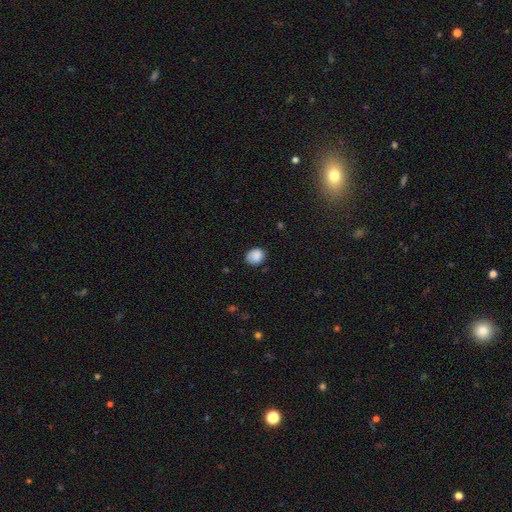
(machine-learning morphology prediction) A smooth galaxy with no disk features (87%) that is round (60%).

Vote fractions:
- Smooth or featured? smooth: 87% / star or artifact: 9% / featured or disk: 5%
- How rounded? round: 60% / in between: 40% / cigar-shaped: 1%
- Merging? none: 76% / minor disturbance: 19% / major disturbance: 4% / merger: 1%